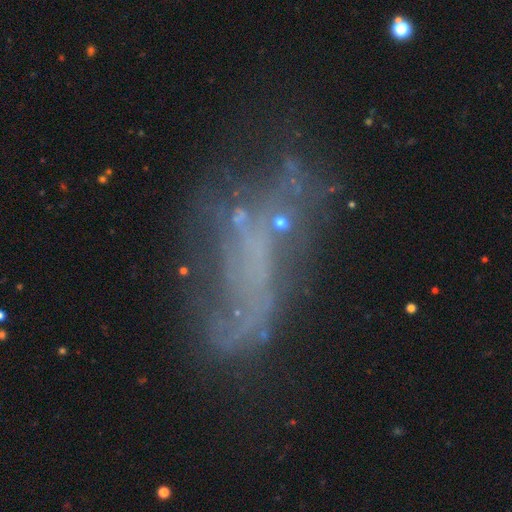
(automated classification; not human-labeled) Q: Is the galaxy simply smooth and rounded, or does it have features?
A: featured or disk — 49%.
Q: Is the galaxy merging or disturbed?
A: none — 37%.